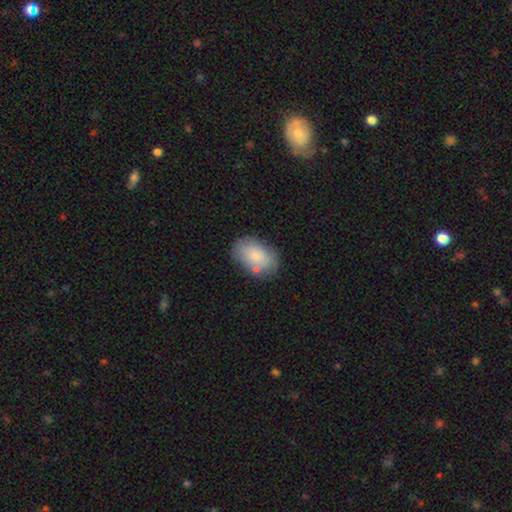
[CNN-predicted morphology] This is likely a smooth galaxy (80%). How rounded: clearly in between (88%). Merging: likely none (69%).